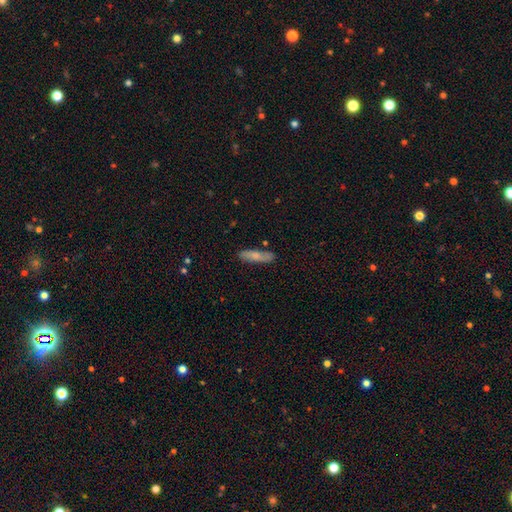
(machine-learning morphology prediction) Q: Smooth or featured?
A: smooth (66%); runner-up: featured or disk (27%)
Q: How rounded?
A: cigar-shaped (67%); runner-up: in between (31%)
Q: Merging?
A: none (80%); runner-up: minor disturbance (14%)